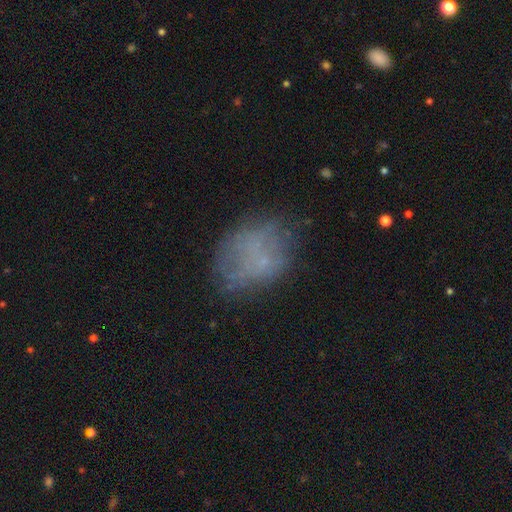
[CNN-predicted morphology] Smooth or featured: smooth — 50% (featured or disk — 33%)
Merging: none — 62% (minor disturbance — 21%)